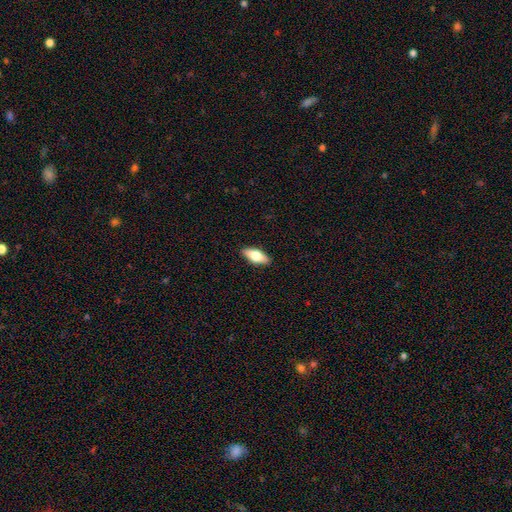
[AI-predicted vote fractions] smooth_or_featured: smooth (p=0.65) [alt: featured or disk p=0.29]
how_rounded: in between (p=0.77) [alt: cigar-shaped p=0.20]
merging: none (p=0.89) [alt: minor disturbance p=0.08]